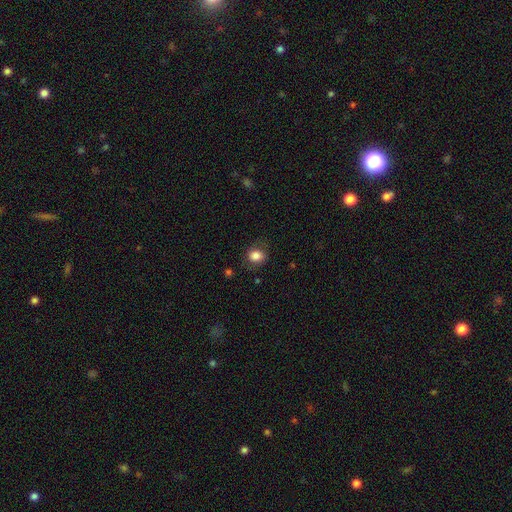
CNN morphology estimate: This is clearly a smooth galaxy (83%). How rounded: possibly round (57%). Merging: likely none (76%).